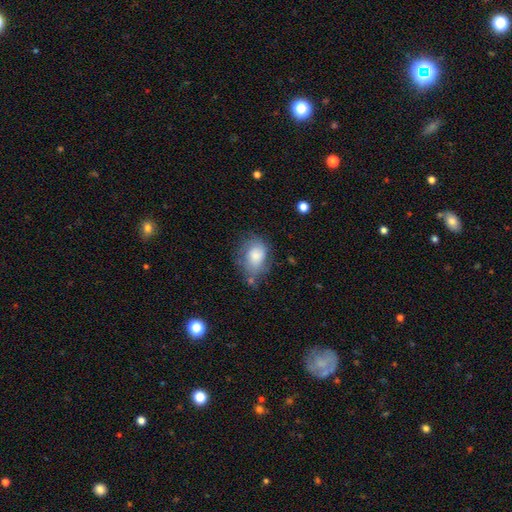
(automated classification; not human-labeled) smooth-or-featured: smooth: 67% | featured or disk: 25% | star or artifact: 8%
  how-rounded: in between: 68% | round: 31% | cigar-shaped: 1%
  merging: none: 49% | minor disturbance: 31% | major disturbance: 15% | merger: 5%